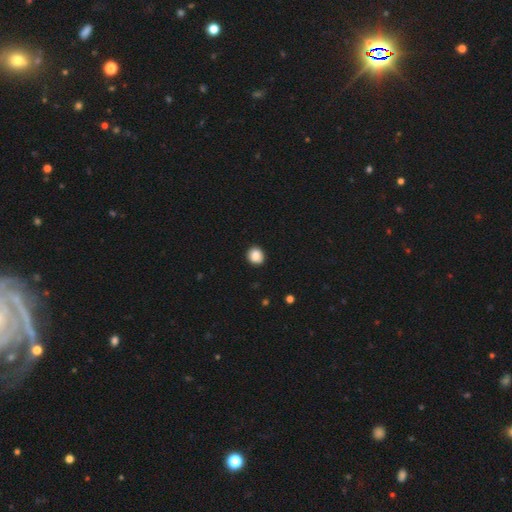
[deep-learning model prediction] Smooth or featured? smooth (86%)
How rounded? round (83%)
Merging? none (89%)